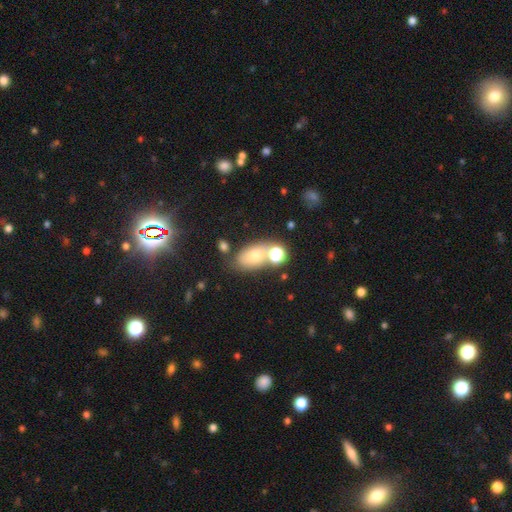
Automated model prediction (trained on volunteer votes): A smooth galaxy with no disk features (66%) that is in between round and cigar-shaped (82%). Merging: none (56%).